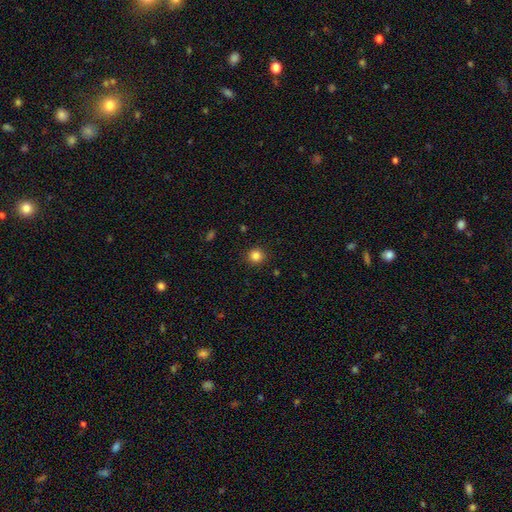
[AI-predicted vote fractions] Smooth or featured?
  - smooth: 84% *
  - star or artifact: 12%
  - featured or disk: 4%
How rounded?
  - round: 92% *
  - in between: 7%
  - cigar-shaped: 1%
Merging?
  - none: 91% *
  - minor disturbance: 6%
  - major disturbance: 2%
  - merger: 1%